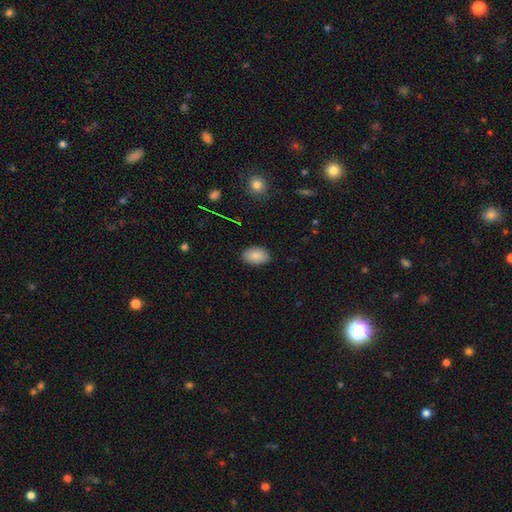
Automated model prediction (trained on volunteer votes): Smooth or featured? Predicted: smooth (p=0.87). How rounded? Predicted: in between (p=0.90). Merging? Predicted: none (p=0.87).